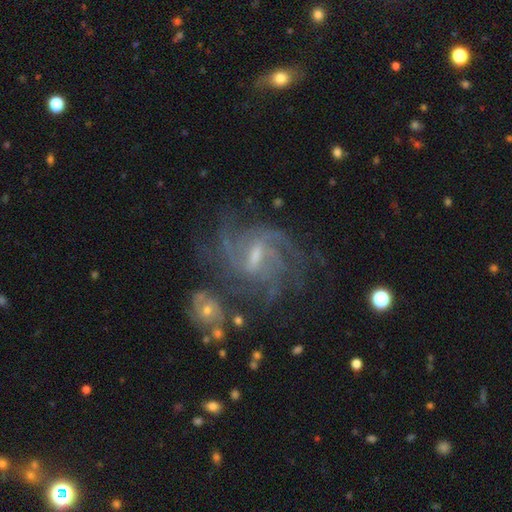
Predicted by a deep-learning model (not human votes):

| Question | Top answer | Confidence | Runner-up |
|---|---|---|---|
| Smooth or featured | featured or disk | 87% | star or artifact (7%) |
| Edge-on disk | no | 97% | yes (3%) |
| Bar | weak | 54% | strong (32%) |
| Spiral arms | yes | 95% | no (5%) |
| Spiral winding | medium | 46% | tight (39%) |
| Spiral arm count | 3 | 27% | can't tell (24%) |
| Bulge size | small | 42% | moderate (39%) |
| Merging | none | 58% | minor disturbance (16%) |